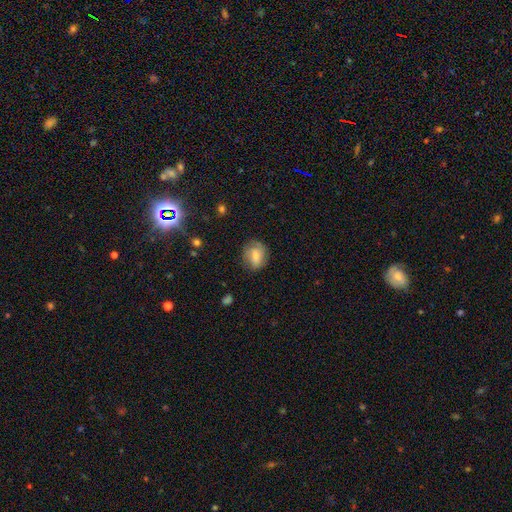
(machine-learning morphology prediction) A smooth galaxy with no disk features (68%) that is round (51%).

Vote fractions:
- Smooth or featured? smooth: 68% / featured or disk: 23% / star or artifact: 9%
- How rounded? round: 51% / in between: 47% / cigar-shaped: 2%
- Merging? none: 69% / minor disturbance: 22% / major disturbance: 7% / merger: 1%